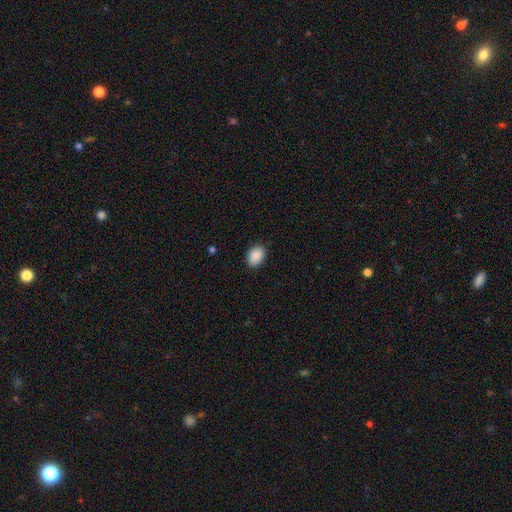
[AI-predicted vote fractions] smooth_or_featured: smooth (p=0.90) [alt: star or artifact p=0.07]
how_rounded: in between (p=0.76) [alt: round p=0.23]
merging: none (p=0.87) [alt: minor disturbance p=0.10]